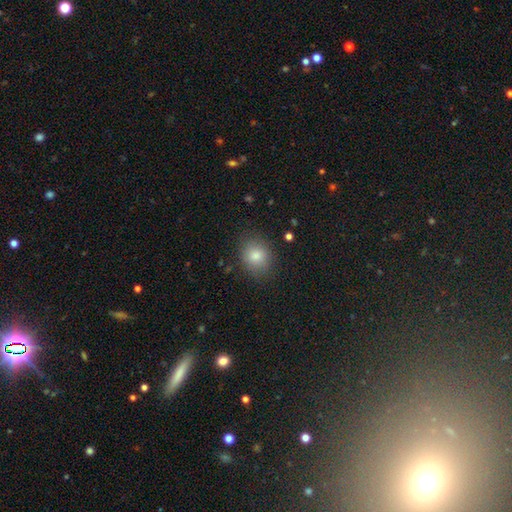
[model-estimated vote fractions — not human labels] A smooth galaxy with no disk features (83%) that is round (65%).

Vote fractions:
- Smooth or featured? smooth: 83% / star or artifact: 9% / featured or disk: 8%
- How rounded? round: 65% / in between: 34% / cigar-shaped: 1%
- Merging? none: 81% / minor disturbance: 13% / major disturbance: 4% / merger: 1%